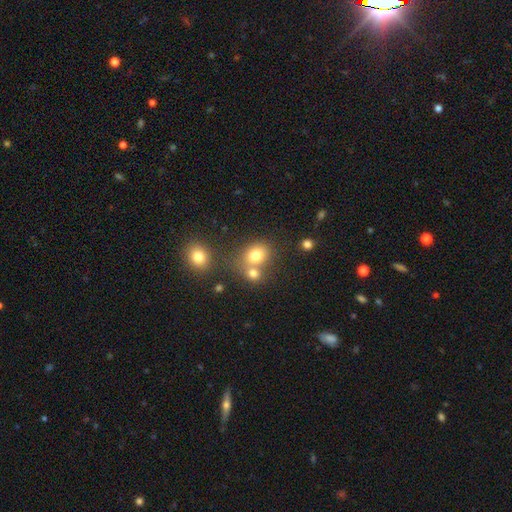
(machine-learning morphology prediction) smooth_or_featured: smooth (p=0.77) [alt: star or artifact p=0.13]
how_rounded: round (p=0.66) [alt: in between p=0.33]
merging: none (p=0.49) [alt: merger p=0.37]